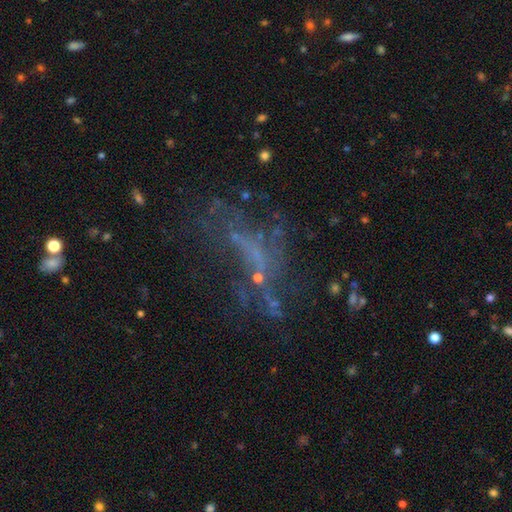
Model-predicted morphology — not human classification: Overall: featured or disk (45%; star or artifact 35%). Merging: none (44%; major disturbance 33%).